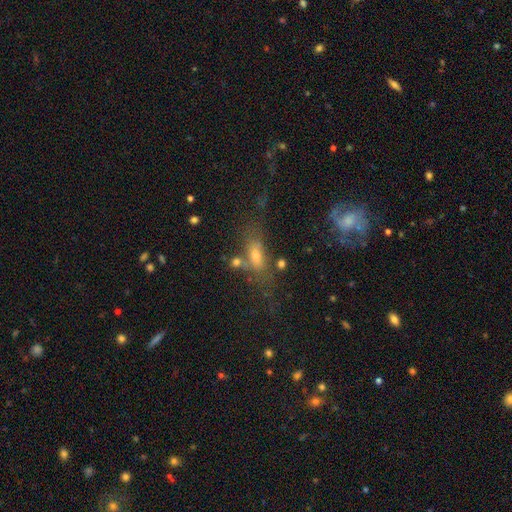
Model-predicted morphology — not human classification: Smooth or featured?
  - smooth: 51% *
  - featured or disk: 31%
  - star or artifact: 18%
How rounded?
  - in between: 64% *
  - cigar-shaped: 25%
  - round: 11%
Merging?
  - none: 46% *
  - minor disturbance: 18%
  - major disturbance: 18%
  - merger: 18%